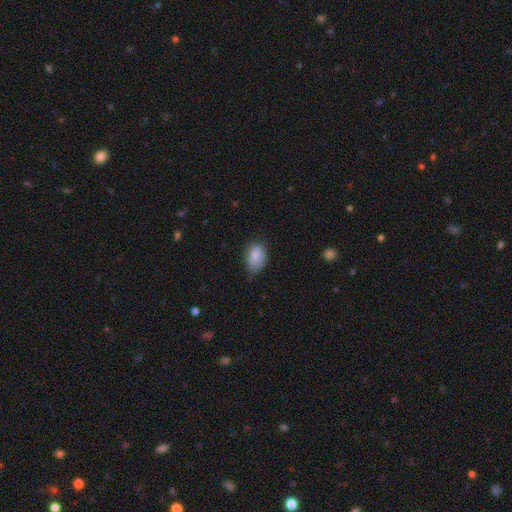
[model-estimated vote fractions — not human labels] Overall: smooth (84%). How rounded: in between (88%). Merging: none (58%; minor disturbance 34%).